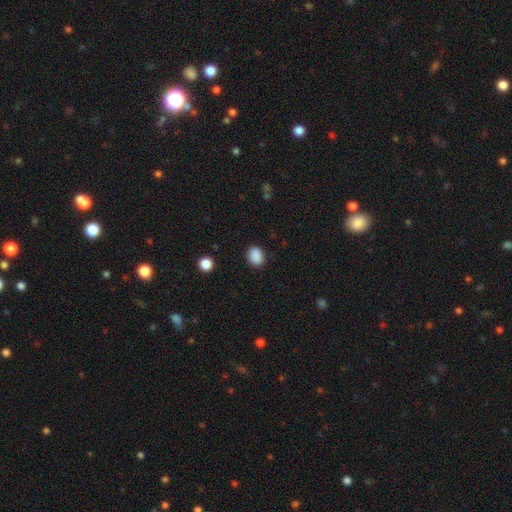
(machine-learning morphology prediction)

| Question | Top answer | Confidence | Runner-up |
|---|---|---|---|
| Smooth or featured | smooth | 88% | star or artifact (9%) |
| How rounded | in between | 53% | round (46%) |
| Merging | none | 88% | minor disturbance (9%) |